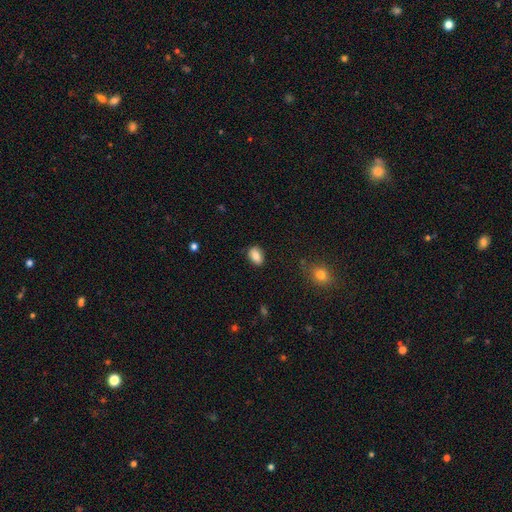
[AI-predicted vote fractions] Smooth or featured: smooth — 85% (star or artifact — 8%)
How rounded: in between — 83% (round — 15%)
Merging: none — 84% (minor disturbance — 12%)